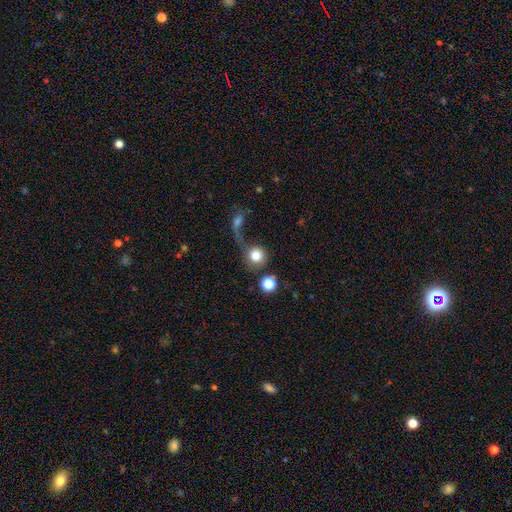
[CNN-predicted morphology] Smooth or featured: smooth — 77% (featured or disk — 13%)
How rounded: round — 91% (in between — 8%)
Merging: none — 42% (merger — 25%)